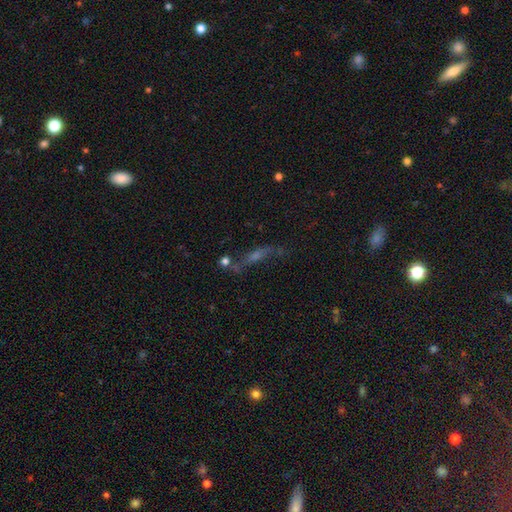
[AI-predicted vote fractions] This appears to be a featured or disk galaxy (48%). Merging: none (51%).